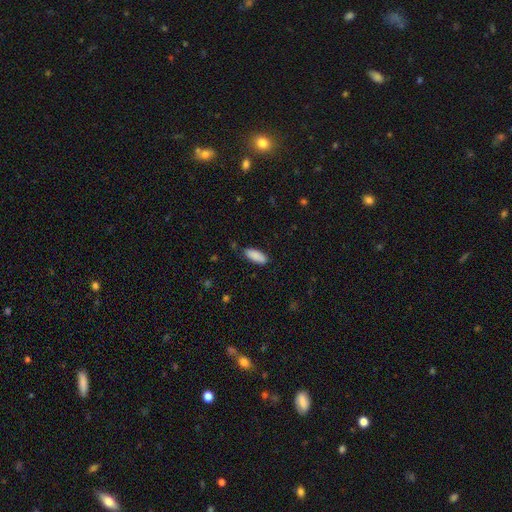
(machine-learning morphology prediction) The model was most divided on "how rounded": in between: 81%, cigar-shaped: 18%, round: 2%. More confident: smooth or featured — smooth (89%); merging — none (82%).